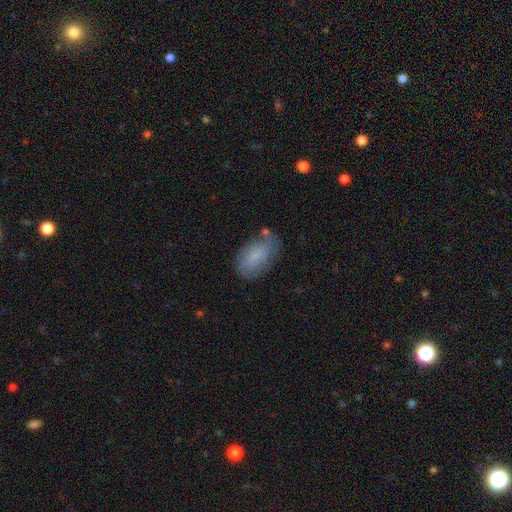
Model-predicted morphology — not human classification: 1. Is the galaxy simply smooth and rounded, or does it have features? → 64% smooth, 28% featured or disk, 8% star or artifact.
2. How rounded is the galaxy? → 91% in between, 6% round, 3% cigar-shaped.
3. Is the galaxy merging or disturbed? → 62% none, 25% minor disturbance, 8% major disturbance, 5% merger.